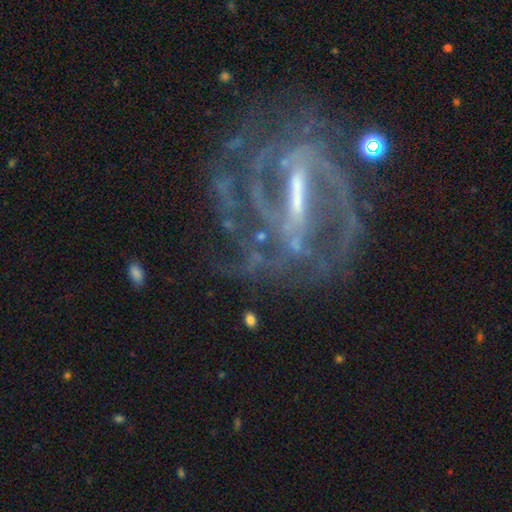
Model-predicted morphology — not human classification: Smooth or featured: featured or disk — 88% (star or artifact — 8%)
Edge-on disk: no — 96% (yes — 4%)
Bar: strong — 70% (weak — 23%)
Spiral arms: yes — 92% (no — 8%)
Spiral winding: tight — 46% (medium — 41%)
Spiral arm count: 2 — 38% (can't tell — 25%)
Bulge size: small — 45% (moderate — 26%)
Merging: none — 62% (minor disturbance — 17%)